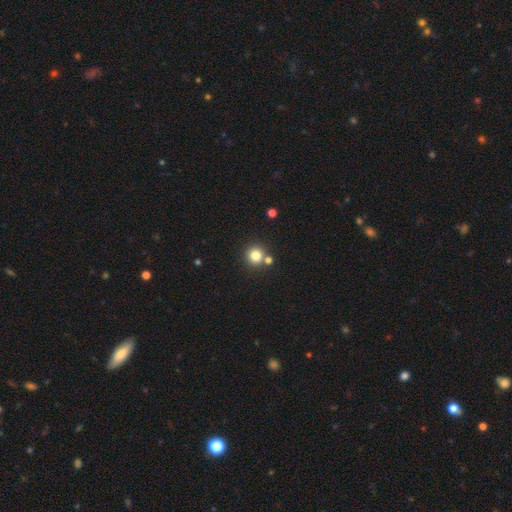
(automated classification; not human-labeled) A smooth galaxy with no disk features (80%) that is round (94%).

Vote fractions:
- Smooth or featured? smooth: 80% / star or artifact: 13% / featured or disk: 7%
- How rounded? round: 94% / in between: 5% / cigar-shaped: 1%
- Merging? none: 76% / merger: 15% / minor disturbance: 7% / major disturbance: 2%